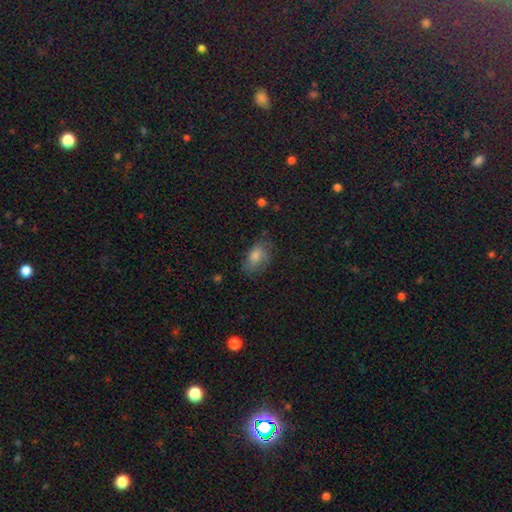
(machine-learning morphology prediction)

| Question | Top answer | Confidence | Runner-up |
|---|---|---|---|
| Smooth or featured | smooth | 63% | featured or disk (21%) |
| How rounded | in between | 85% | round (12%) |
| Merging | none | 67% | minor disturbance (23%) |